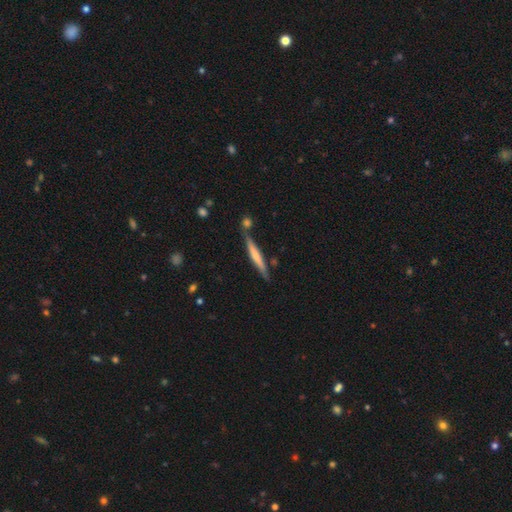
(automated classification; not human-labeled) Smooth or featured?
  - smooth: 48% *
  - featured or disk: 47%
  - star or artifact: 6%
Merging?
  - none: 73% *
  - minor disturbance: 14%
  - merger: 10%
  - major disturbance: 3%